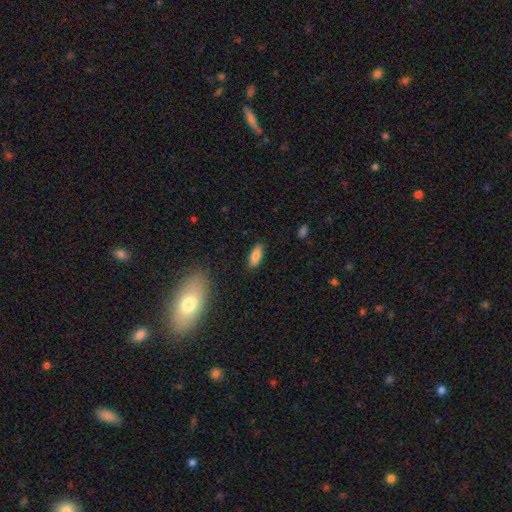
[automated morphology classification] type=smooth (83%); roundness=in between (73%); merging=none (85%).